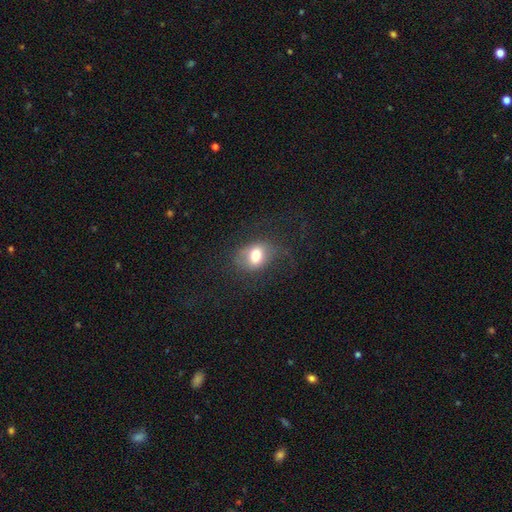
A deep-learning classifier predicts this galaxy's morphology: Smooth or featured: smooth — 71% (featured or disk — 18%)
How rounded: in between — 65% (round — 34%)
Merging: none — 60% (minor disturbance — 22%)